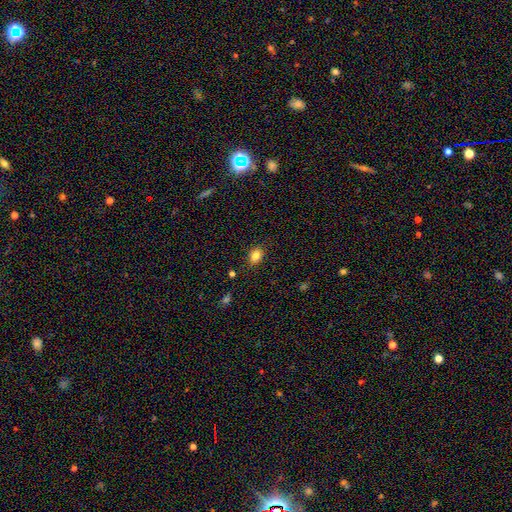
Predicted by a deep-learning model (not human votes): Smooth or featured?
  - smooth: 83% *
  - star or artifact: 10%
  - featured or disk: 6%
How rounded?
  - in between: 74% *
  - round: 25%
  - cigar-shaped: 1%
Merging?
  - none: 86% *
  - minor disturbance: 10%
  - major disturbance: 2%
  - merger: 1%